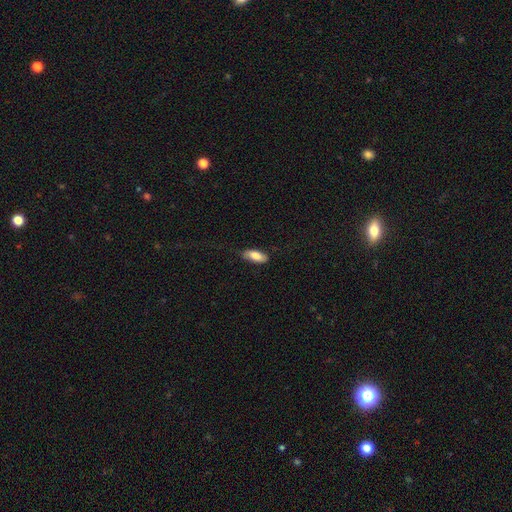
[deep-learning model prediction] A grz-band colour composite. It shows a smooth galaxy with no disk features (81%) that is in between round and cigar-shaped (82%). Merging: none (71%).